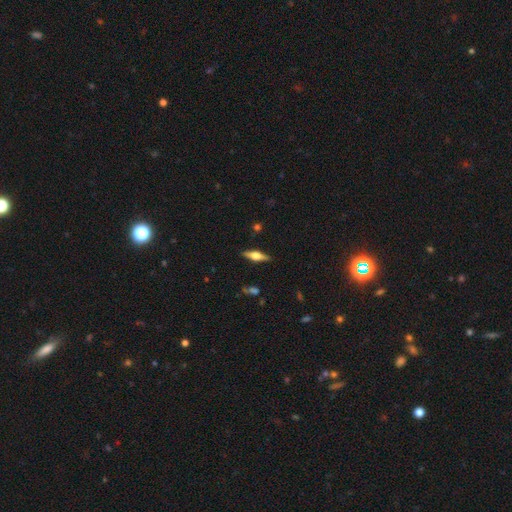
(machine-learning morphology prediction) The model was most divided on "smooth or featured": featured or disk: 61%, smooth: 32%, star or artifact: 7%. More confident: edge-on disk — yes (95%); edge-on bulge — rounded (89%); merging — none (88%).